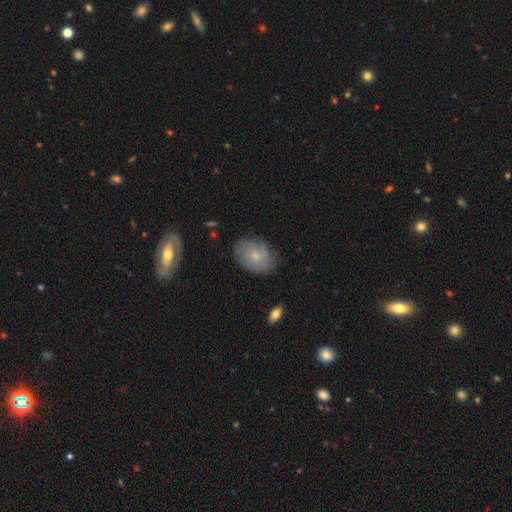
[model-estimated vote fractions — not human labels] Smooth or featured? smooth (68%)
How rounded? in between (79%)
Merging? none (75%)